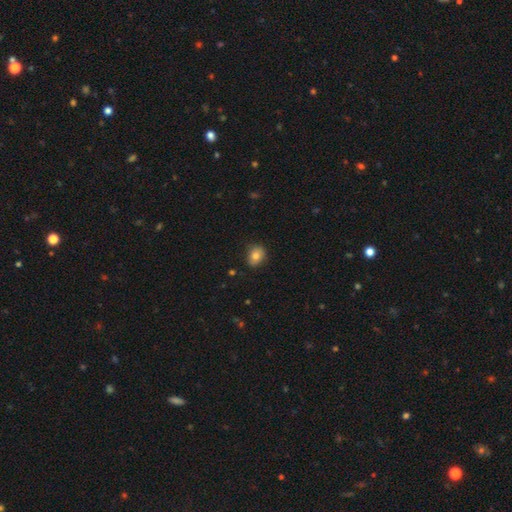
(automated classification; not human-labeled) Smooth or featured?
  - smooth: 79% *
  - featured or disk: 12%
  - star or artifact: 9%
How rounded?
  - round: 50% *
  - in between: 49%
  - cigar-shaped: 1%
Merging?
  - none: 80% *
  - minor disturbance: 16%
  - major disturbance: 3%
  - merger: 1%